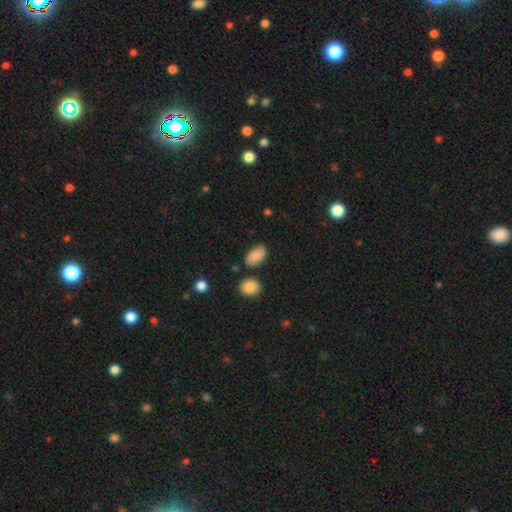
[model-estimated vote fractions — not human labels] Smooth or featured? smooth (84%)
How rounded? in between (92%)
Merging? none (78%)